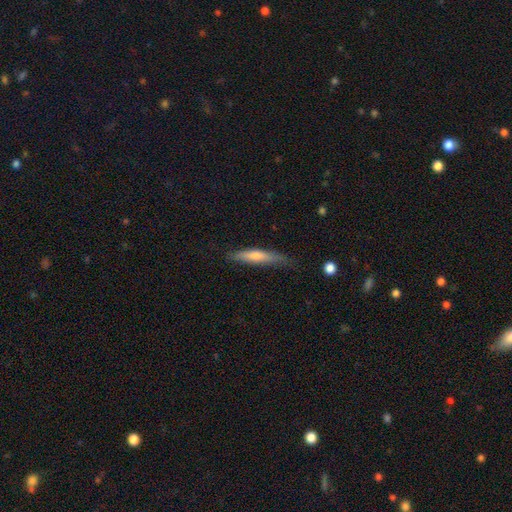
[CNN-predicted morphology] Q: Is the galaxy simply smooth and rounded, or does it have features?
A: smooth — 58%.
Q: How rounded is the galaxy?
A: cigar-shaped — 90%.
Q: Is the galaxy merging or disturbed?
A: none — 76%.